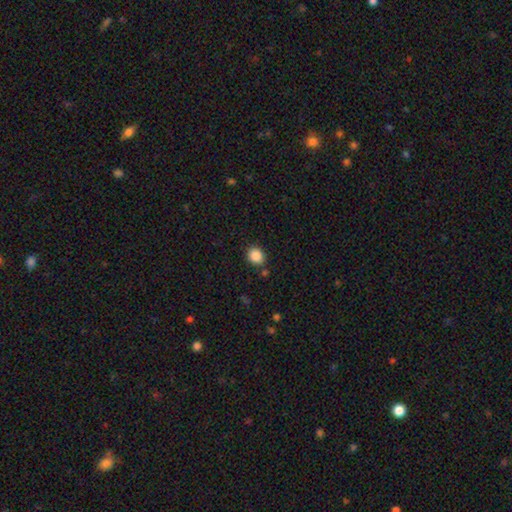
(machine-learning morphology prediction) smooth_or_featured: smooth (p=0.87) [alt: star or artifact p=0.10]
how_rounded: round (p=0.68) [alt: in between p=0.32]
merging: none (p=0.84) [alt: minor disturbance p=0.09]